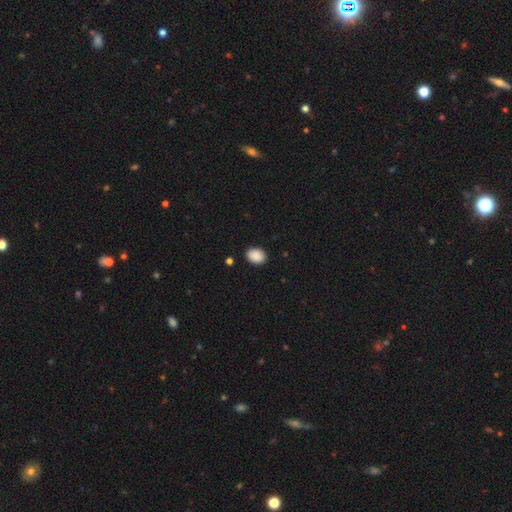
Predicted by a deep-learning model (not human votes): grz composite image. It shows a smooth galaxy with no disk features (90%) that is in between round and cigar-shaped (70%). Merging: none (89%).